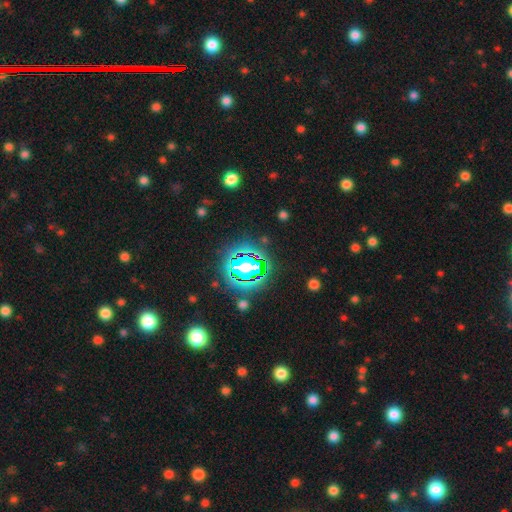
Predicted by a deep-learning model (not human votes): This appears to be a star or artifact, not a galaxy (81%).